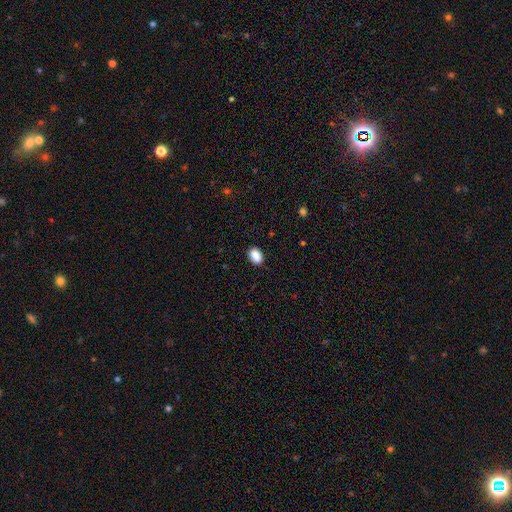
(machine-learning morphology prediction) This is clearly a smooth galaxy (88%). How rounded: clearly in between (81%). Merging: clearly none (87%).